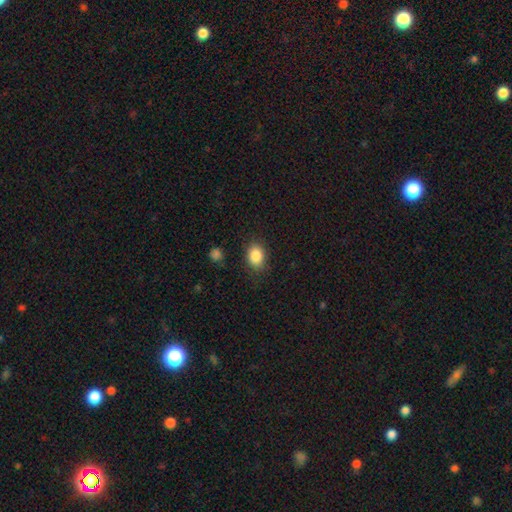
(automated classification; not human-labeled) This appears to be a smooth galaxy with no disk features (86%) that is in between round and cigar-shaped (66%). Merging: none (81%).